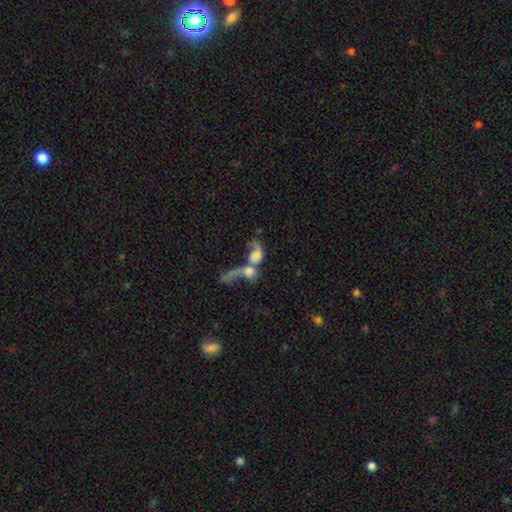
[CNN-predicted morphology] This is possibly a smooth galaxy (46%). Merging: likely merger (75%).